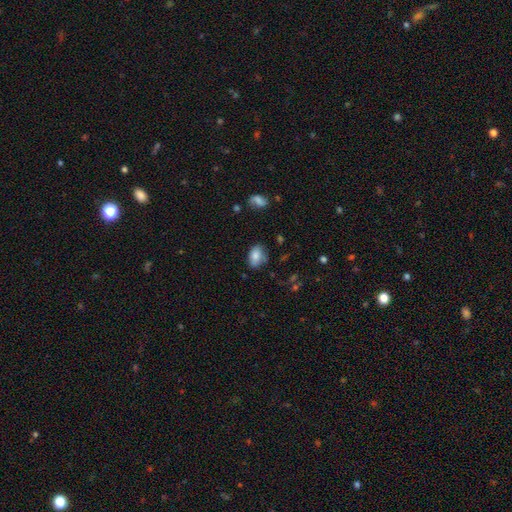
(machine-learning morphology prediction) type=smooth (80%); roundness=in between (86%); merging=none (64%).